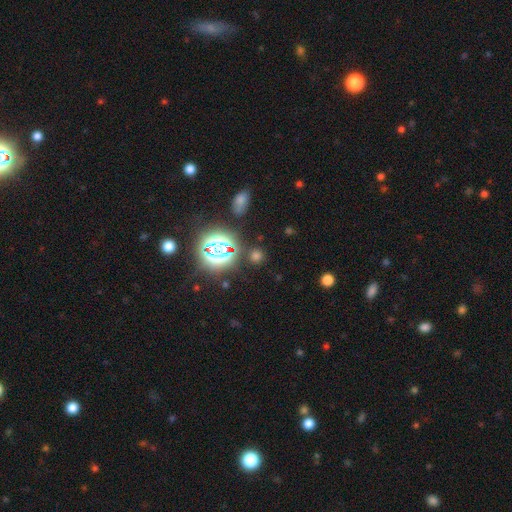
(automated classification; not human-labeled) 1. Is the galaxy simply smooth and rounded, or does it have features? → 54% smooth, 39% star or artifact, 7% featured or disk.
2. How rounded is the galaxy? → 86% round, 13% in between, 1% cigar-shaped.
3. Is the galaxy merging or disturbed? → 82% none, 9% minor disturbance, 5% merger, 4% major disturbance.